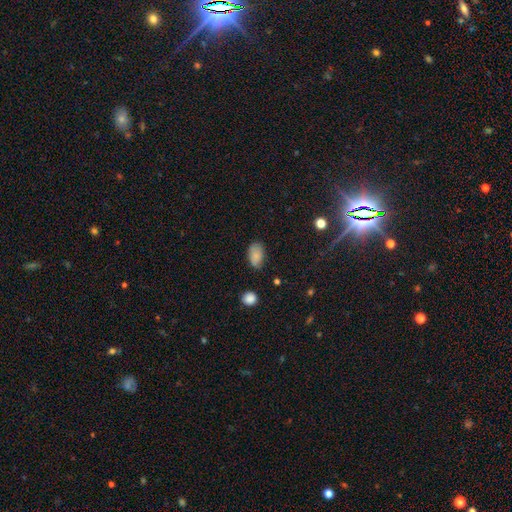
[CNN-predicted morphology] A smooth galaxy with no disk features (85%) that is in between round and cigar-shaped (91%). Merging: none (71%).